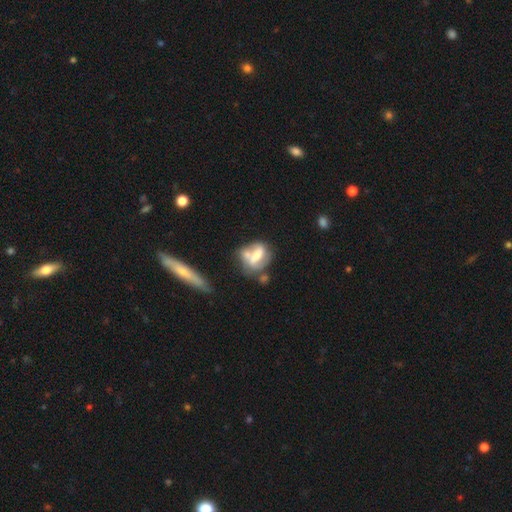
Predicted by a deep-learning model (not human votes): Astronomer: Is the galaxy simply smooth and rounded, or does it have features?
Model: featured or disk — 49% (runner-up: smooth, 42%).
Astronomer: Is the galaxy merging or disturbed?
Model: merger — 35% (runner-up: none, 31%).